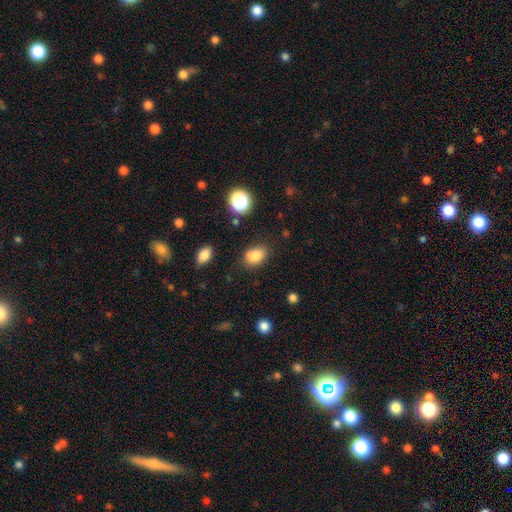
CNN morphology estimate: Overall: smooth (81%). How rounded: in between (74%). Merging: none (67%).